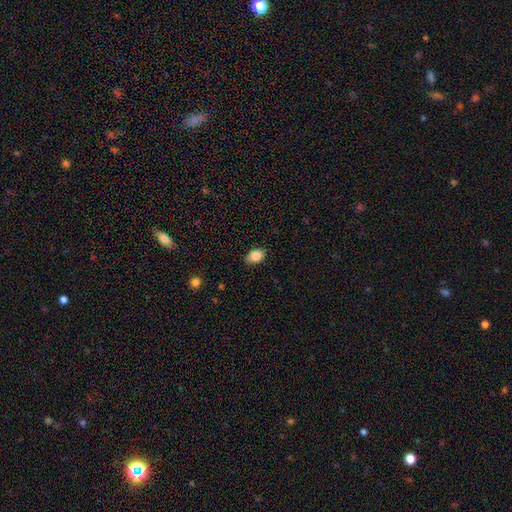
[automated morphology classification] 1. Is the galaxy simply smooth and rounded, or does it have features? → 86% smooth, 8% star or artifact, 6% featured or disk.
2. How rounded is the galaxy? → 84% in between, 15% round, 1% cigar-shaped.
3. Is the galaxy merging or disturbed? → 85% none, 12% minor disturbance, 2% major disturbance, 1% merger.